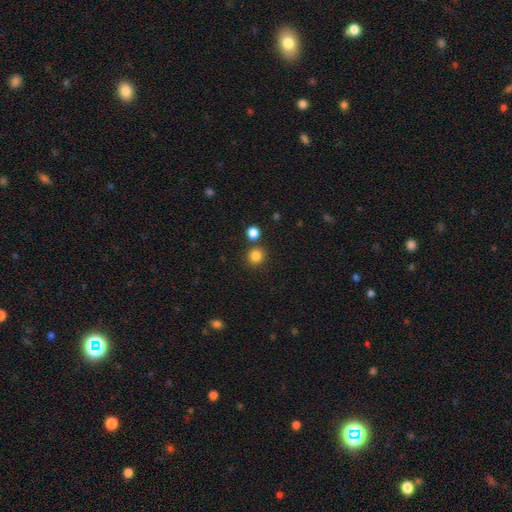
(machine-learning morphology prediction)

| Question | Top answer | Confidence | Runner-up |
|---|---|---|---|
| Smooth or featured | smooth | 84% | star or artifact (12%) |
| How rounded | round | 89% | in between (10%) |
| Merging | none | 80% | merger (10%) |